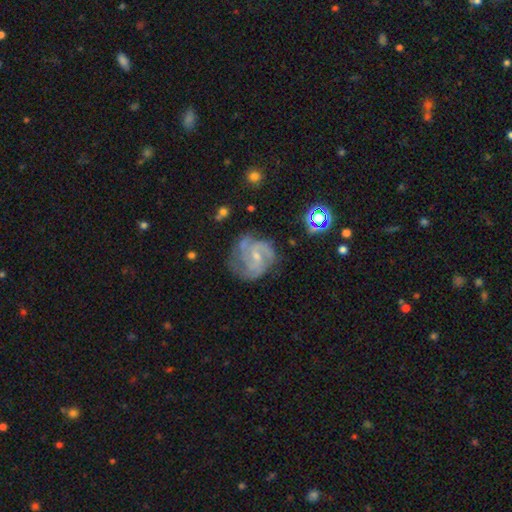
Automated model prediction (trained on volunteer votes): This is clearly a featured or disk galaxy (84%). It is clearly not viewed edge-on (98%). Bar: possibly no (46%). Spiral arm pattern: clearly yes (96%). Spiral arm count: marginally 3 (42%). Spiral winding: possibly medium (48%). Central bulge: likely small (68%). Merging: likely none (61%).